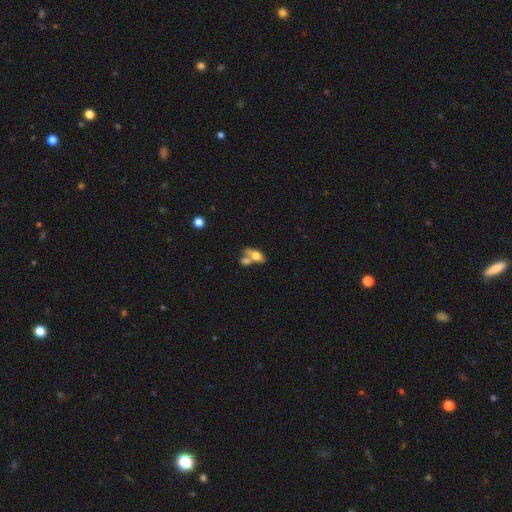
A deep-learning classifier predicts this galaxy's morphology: smooth_or_featured: smooth (p=0.64) [alt: featured or disk p=0.27]
how_rounded: in between (p=0.84) [alt: cigar-shaped p=0.08]
merging: merger (p=0.53) [alt: none p=0.30]